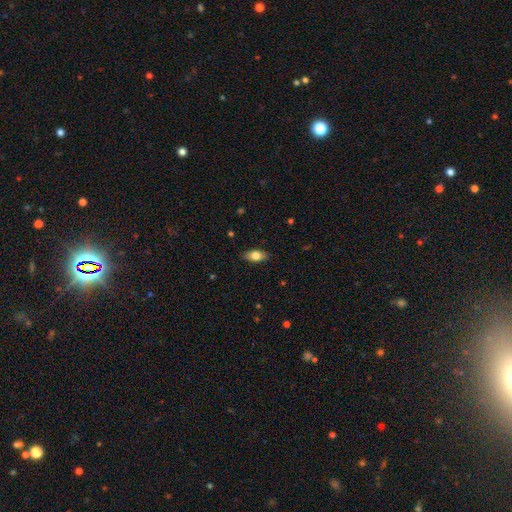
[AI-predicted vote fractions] This is likely a smooth galaxy (75%). How rounded: clearly in between (85%). Merging: clearly none (86%).